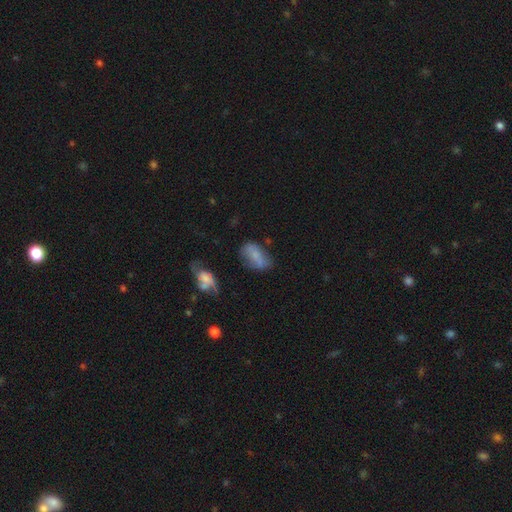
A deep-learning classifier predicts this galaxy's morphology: smooth-or-featured: smooth: 67% | featured or disk: 23% | star or artifact: 10%
  how-rounded: in between: 89% | round: 6% | cigar-shaped: 6%
  merging: none: 48% | minor disturbance: 30% | major disturbance: 13% | merger: 8%